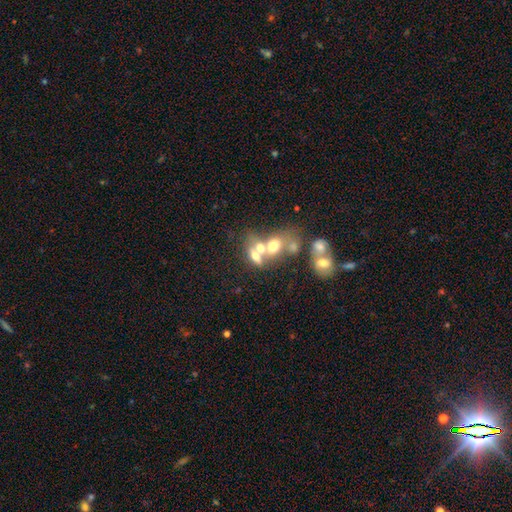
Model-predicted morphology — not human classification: smooth-or-featured: smooth: 56% | featured or disk: 30% | star or artifact: 14%
  how-rounded: in between: 63% | round: 33% | cigar-shaped: 4%
  merging: merger: 65% | none: 21% | major disturbance: 7% | minor disturbance: 7%